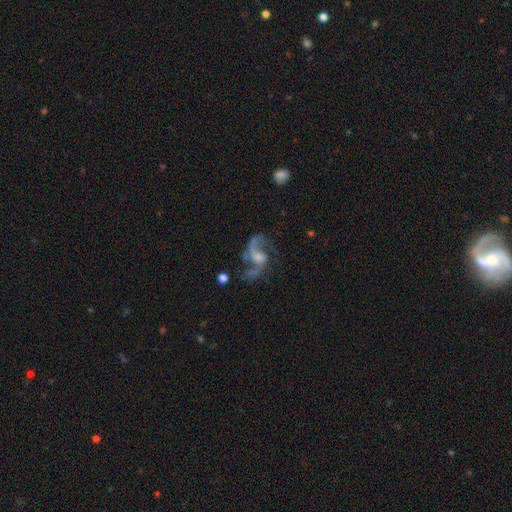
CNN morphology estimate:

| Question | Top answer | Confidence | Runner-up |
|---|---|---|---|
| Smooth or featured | featured or disk | 85% | star or artifact (8%) |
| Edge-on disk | no | 97% | yes (3%) |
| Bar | no | 46% | weak (44%) |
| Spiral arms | yes | 94% | no (6%) |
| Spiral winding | loose | 57% | medium (36%) |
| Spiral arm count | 2 | 84% | 1 (5%) |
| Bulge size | moderate | 36% | tied: small (36%) |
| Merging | none | 54% | major disturbance (24%) |